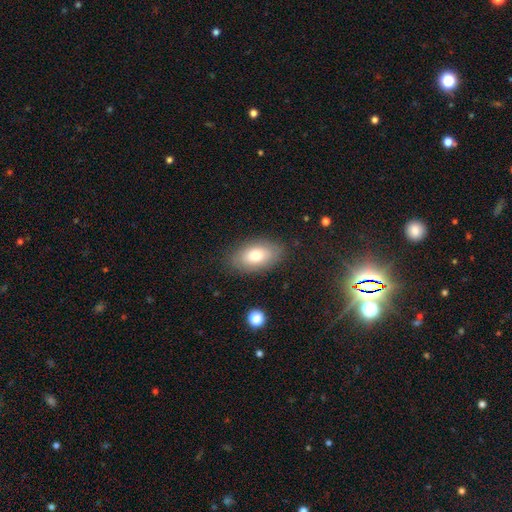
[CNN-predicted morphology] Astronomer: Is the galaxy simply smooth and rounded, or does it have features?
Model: smooth — 70%.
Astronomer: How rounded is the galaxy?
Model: in between — 91%.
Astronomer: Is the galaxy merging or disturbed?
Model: none — 82%.